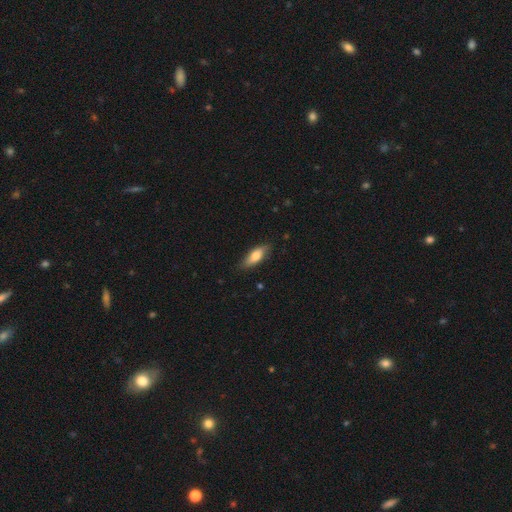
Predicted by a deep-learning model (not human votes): Smooth or featured? Predicted: smooth (p=0.70). How rounded? Predicted: in between (p=0.62). Merging? Predicted: none (p=0.82).